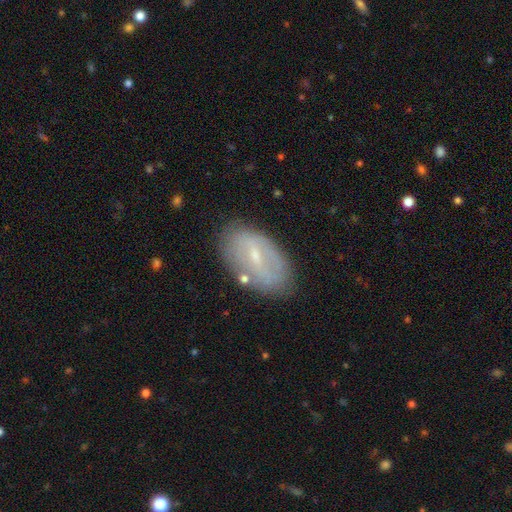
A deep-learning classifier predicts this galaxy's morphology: smooth-or-featured: featured or disk: 54% | smooth: 35% | star or artifact: 10%
  disk-edge-on: no: 89% | yes: 11%
  merging: none: 78% | minor disturbance: 15% | major disturbance: 5% | merger: 3%